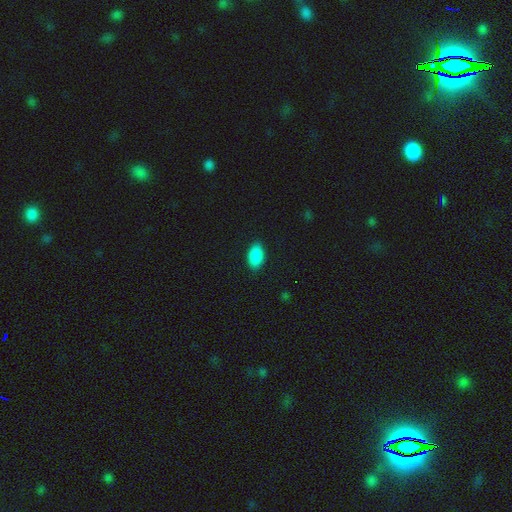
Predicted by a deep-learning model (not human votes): Overall: smooth (90%). How rounded: in between (94%). Merging: none (88%).